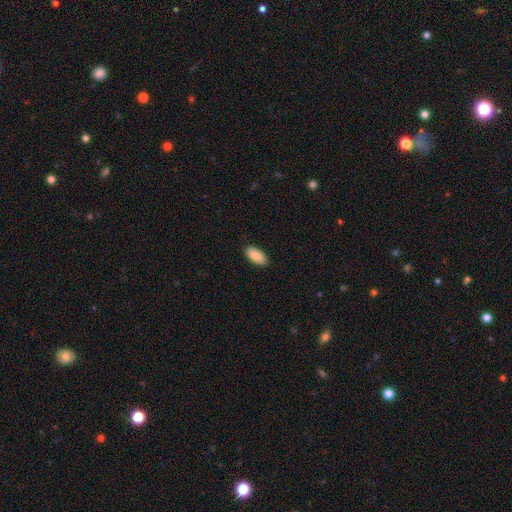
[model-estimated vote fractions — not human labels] Smooth or featured?
  - smooth: 87% *
  - featured or disk: 7%
  - star or artifact: 6%
How rounded?
  - in between: 93% *
  - cigar-shaped: 5%
  - round: 2%
Merging?
  - none: 88% *
  - minor disturbance: 9%
  - major disturbance: 2%
  - merger: 1%